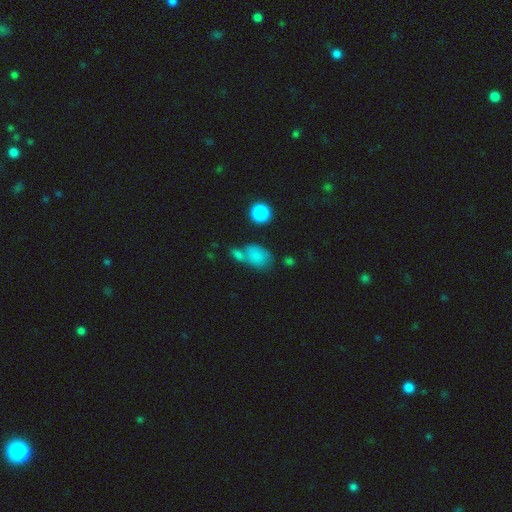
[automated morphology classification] Overall: smooth (80%). How rounded: in between (77%). Merging: none (42%; merger 33%).